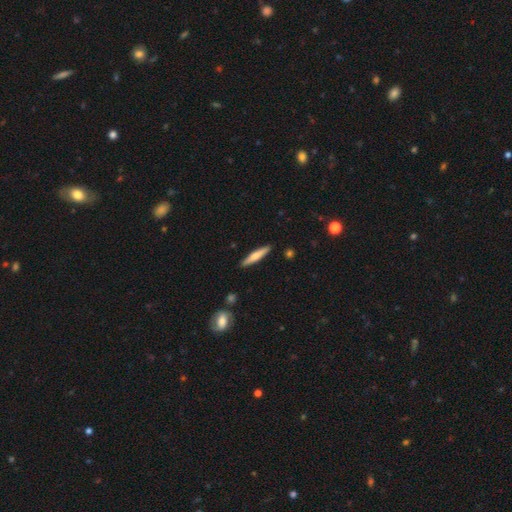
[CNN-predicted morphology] smooth 57%, featured or disk 37%, star or artifact 6%. Down the decision tree: how rounded — cigar-shaped (90%); merging — none (90%).